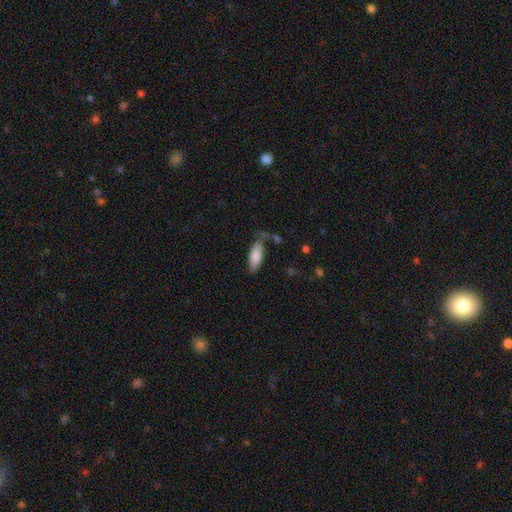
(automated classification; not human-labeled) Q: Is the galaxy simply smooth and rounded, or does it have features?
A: smooth — 81%.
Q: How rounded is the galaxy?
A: in between — 74%.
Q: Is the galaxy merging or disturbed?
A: none — 58%.